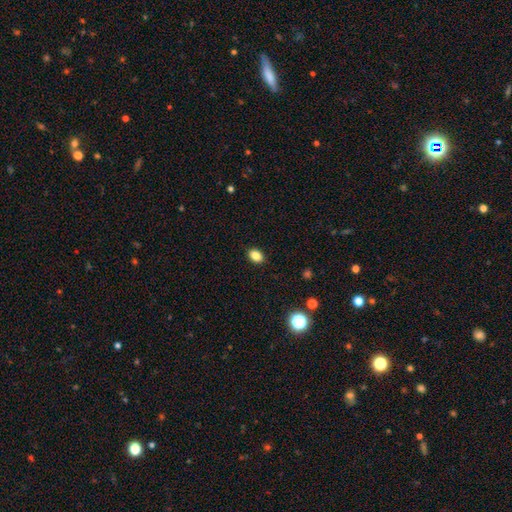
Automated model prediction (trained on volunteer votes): smooth_or_featured: smooth (p=0.85) [alt: star or artifact p=0.11]
how_rounded: in between (p=0.76) [alt: round p=0.23]
merging: none (p=0.89) [alt: minor disturbance p=0.08]